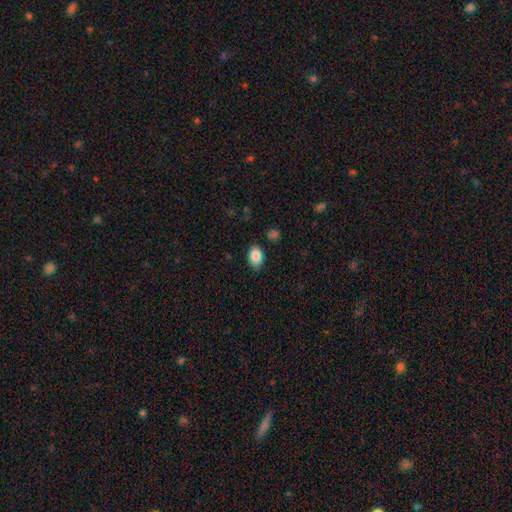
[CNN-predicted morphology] Q: Smooth or featured?
A: smooth (87%); runner-up: star or artifact (8%)
Q: How rounded?
A: in between (82%); runner-up: round (17%)
Q: Merging?
A: none (81%); runner-up: minor disturbance (15%)